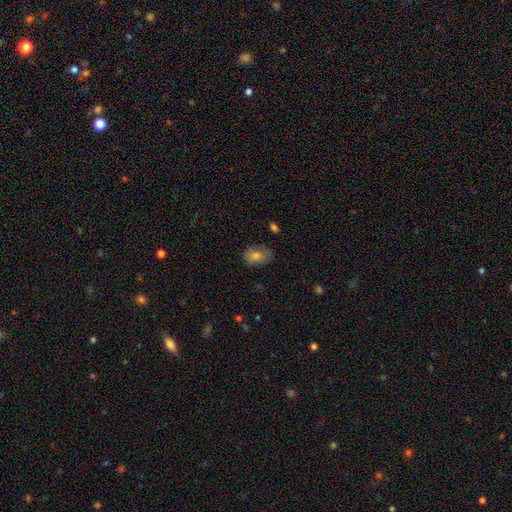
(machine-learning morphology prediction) Overall: smooth (75%). How rounded: in between (82%). Merging: none (73%).